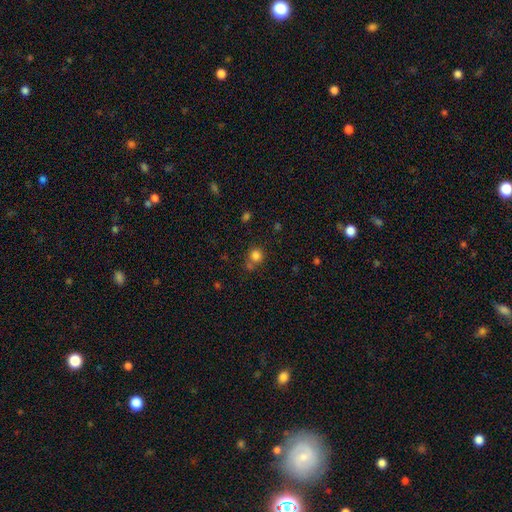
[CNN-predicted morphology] type=smooth (81%); roundness=round (88%); merging=none (62%).